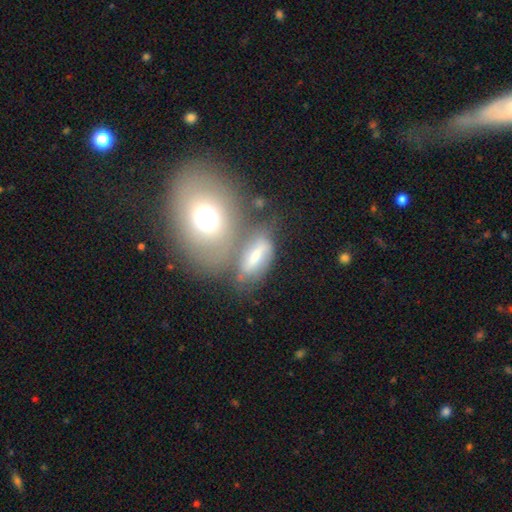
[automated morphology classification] A smooth galaxy with no disk features (49%). Merging: none (44%).